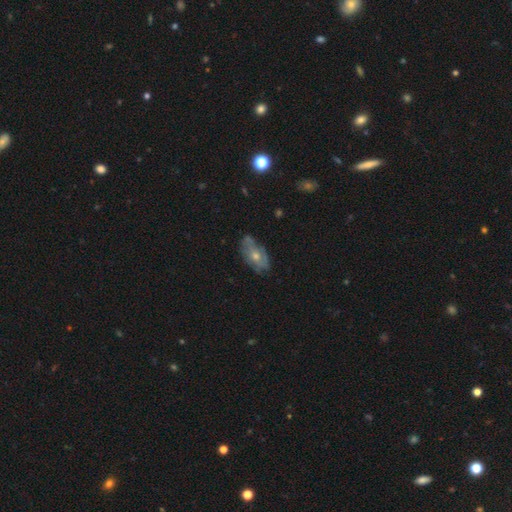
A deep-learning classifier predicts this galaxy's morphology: smooth-or-featured: featured or disk: 53% | smooth: 35% | star or artifact: 11%
  disk-edge-on: no: 87% | yes: 13%
  merging: none: 69% | minor disturbance: 22% | major disturbance: 6% | merger: 3%